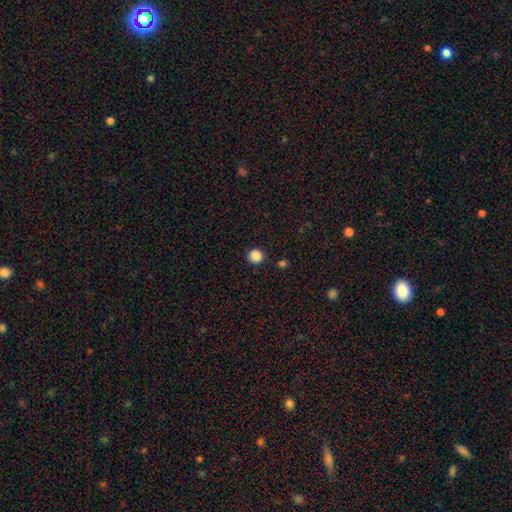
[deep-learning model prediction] The model was most divided on "smooth or featured": smooth: 87%, star or artifact: 11%, featured or disk: 2%. More confident: how rounded — round (91%); merging — none (88%).